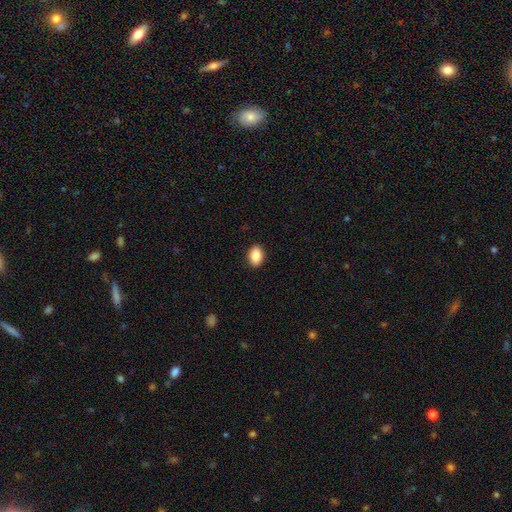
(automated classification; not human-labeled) Smooth or featured: smooth — 89% (star or artifact — 7%)
How rounded: in between — 79% (round — 20%)
Merging: none — 90% (minor disturbance — 7%)